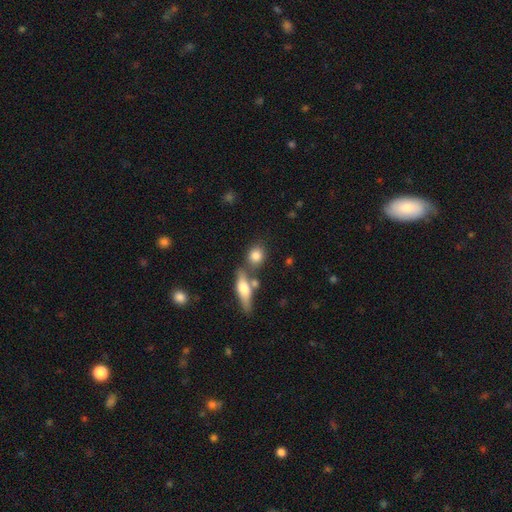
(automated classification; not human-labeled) Q: Smooth or featured?
A: smooth (80%); runner-up: featured or disk (12%)
Q: How rounded?
A: round (61%); runner-up: in between (33%)
Q: Merging?
A: none (62%); runner-up: merger (22%)